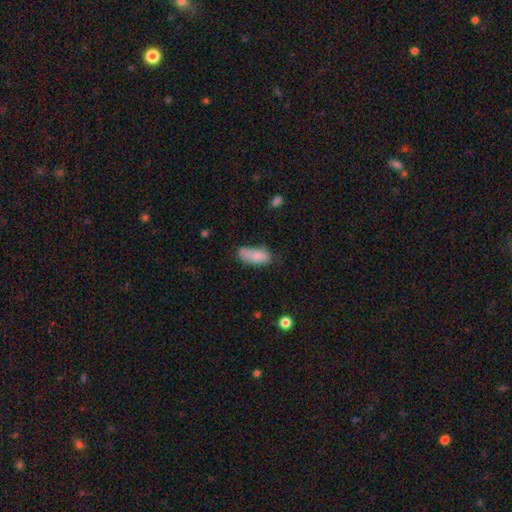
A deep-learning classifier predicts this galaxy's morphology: Smooth or featured?
  - smooth: 82% *
  - featured or disk: 11%
  - star or artifact: 7%
How rounded?
  - in between: 83% *
  - cigar-shaped: 15%
  - round: 3%
Merging?
  - none: 50% *
  - minor disturbance: 33%
  - major disturbance: 11%
  - merger: 6%